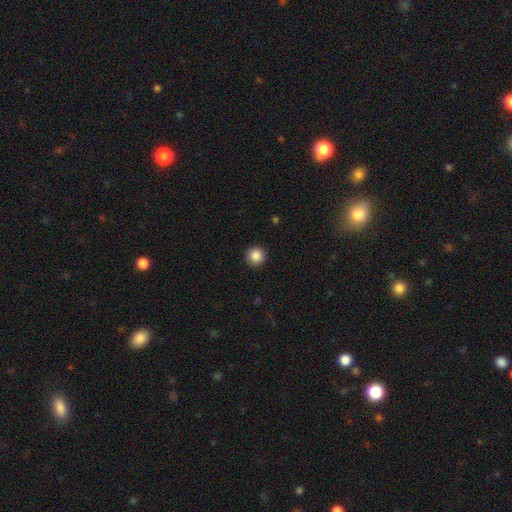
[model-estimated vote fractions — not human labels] Smooth or featured: smooth — 87% (star or artifact — 10%)
How rounded: round — 96% (in between — 3%)
Merging: none — 93% (minor disturbance — 4%)